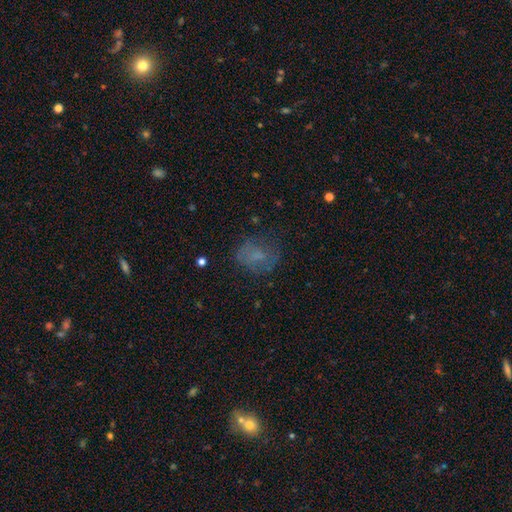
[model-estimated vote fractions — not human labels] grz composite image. It shows a smooth galaxy with no disk features (57%) that is round (51%). Merging: none (59%).